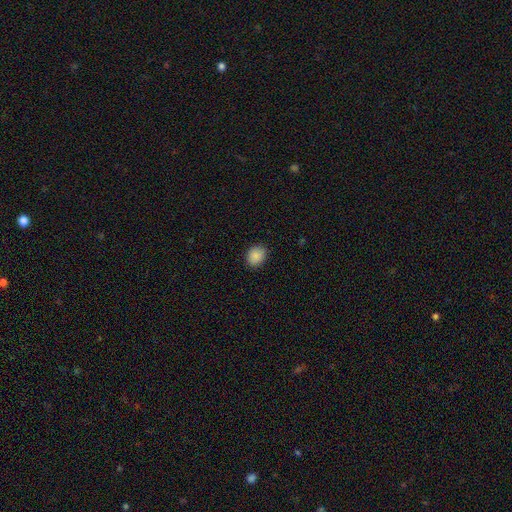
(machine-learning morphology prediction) Q: Smooth or featured?
A: smooth (88%); runner-up: star or artifact (8%)
Q: How rounded?
A: round (59%); runner-up: in between (40%)
Q: Merging?
A: none (88%); runner-up: minor disturbance (9%)